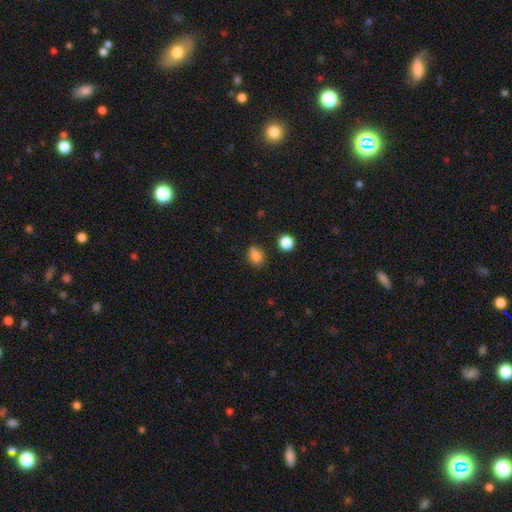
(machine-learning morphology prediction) This appears to be a smooth galaxy with no disk features (82%) that is in between round and cigar-shaped (57%). Merging: none (72%).